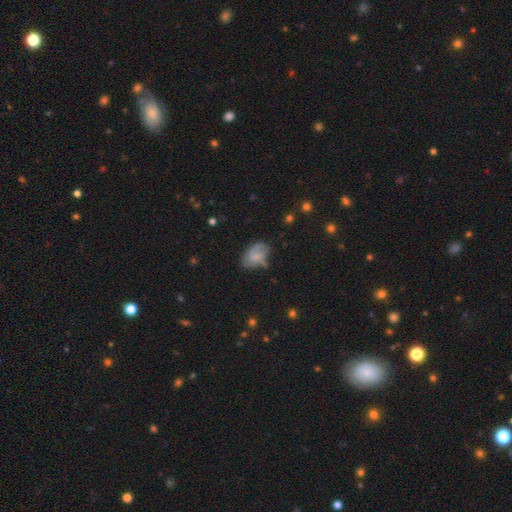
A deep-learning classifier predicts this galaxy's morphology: Smooth or featured? Predicted: smooth (p=0.51). How rounded? Predicted: in between (p=0.85). Merging? Predicted: none (p=0.48).